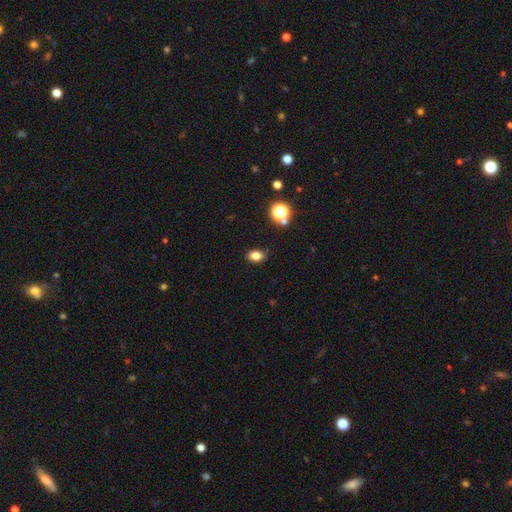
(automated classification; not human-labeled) smooth 80%, star or artifact 14%, featured or disk 6%. Down the decision tree: how rounded — in between (77%); merging — none (87%).